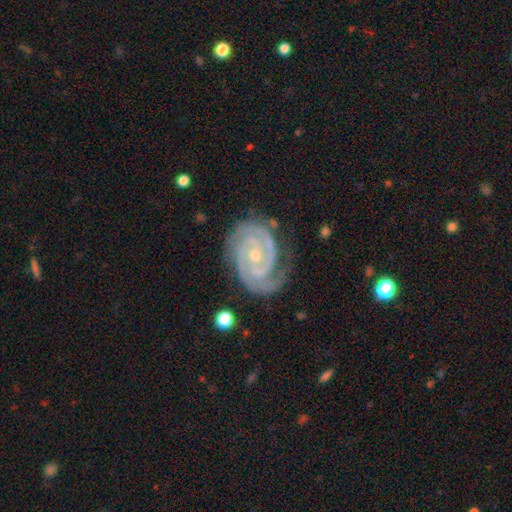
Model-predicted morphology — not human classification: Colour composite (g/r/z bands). It shows a featured or disk galaxy (93%) with no bar (62%), 2 (65%) tight (80%) spiral arms (99%) and a small central bulge (65%). Merging: none (76%).